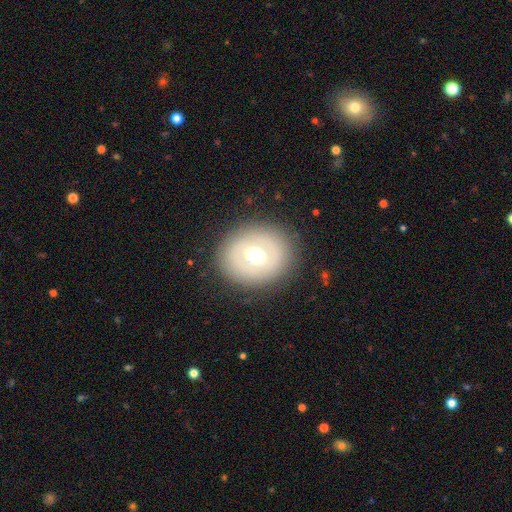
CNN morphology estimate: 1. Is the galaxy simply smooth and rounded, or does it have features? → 47% featured or disk, 46% smooth, 8% star or artifact.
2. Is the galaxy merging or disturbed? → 83% none, 10% minor disturbance, 5% major disturbance, 1% merger.